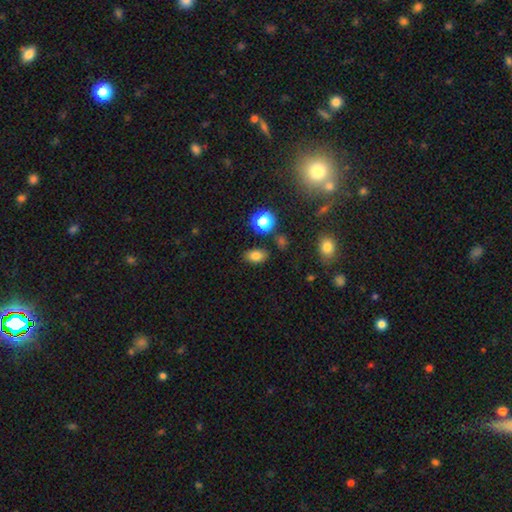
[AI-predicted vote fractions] Smooth or featured?
  - smooth: 80% *
  - star or artifact: 13%
  - featured or disk: 7%
How rounded?
  - in between: 84% *
  - round: 15%
  - cigar-shaped: 2%
Merging?
  - none: 83% *
  - minor disturbance: 11%
  - merger: 3%
  - major disturbance: 3%